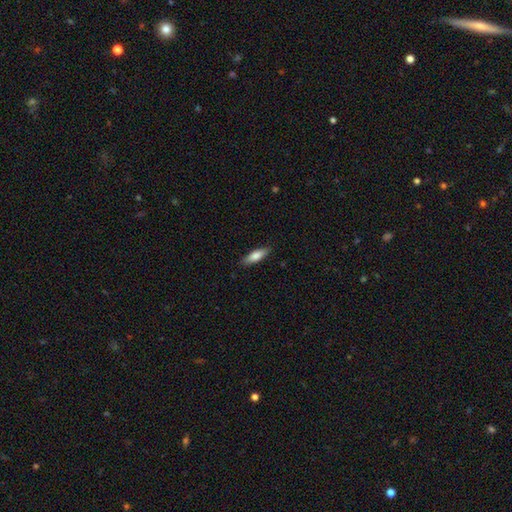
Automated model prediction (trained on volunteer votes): smooth 77%, featured or disk 17%, star or artifact 6%. Down the decision tree: how rounded — cigar-shaped (50%); merging — none (87%).